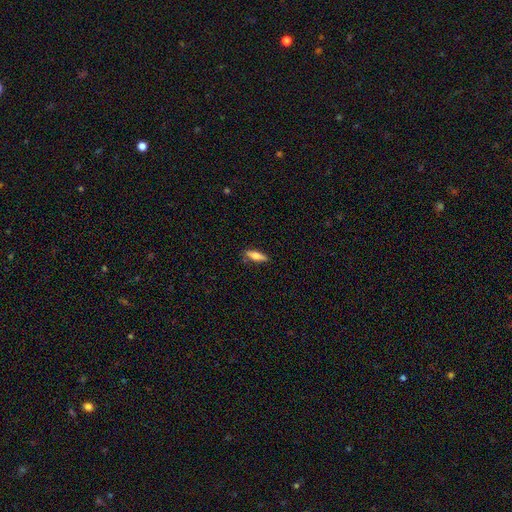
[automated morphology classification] A smooth galaxy with no disk features (66%) that is cigar-shaped (52%). Merging: none (81%).